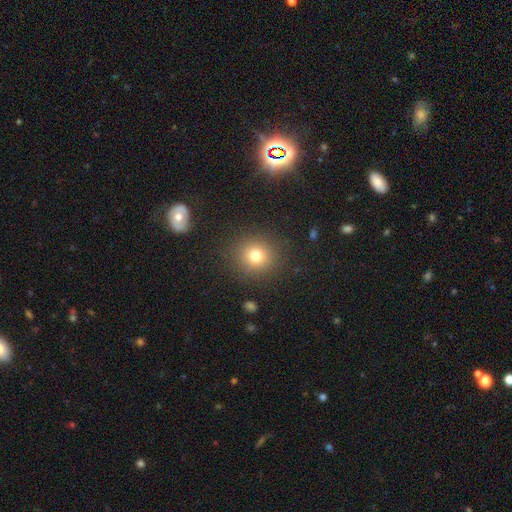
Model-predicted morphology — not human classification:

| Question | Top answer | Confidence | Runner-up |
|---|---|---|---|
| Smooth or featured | smooth | 76% | star or artifact (15%) |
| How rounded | round | 89% | in between (10%) |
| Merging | none | 89% | minor disturbance (7%) |